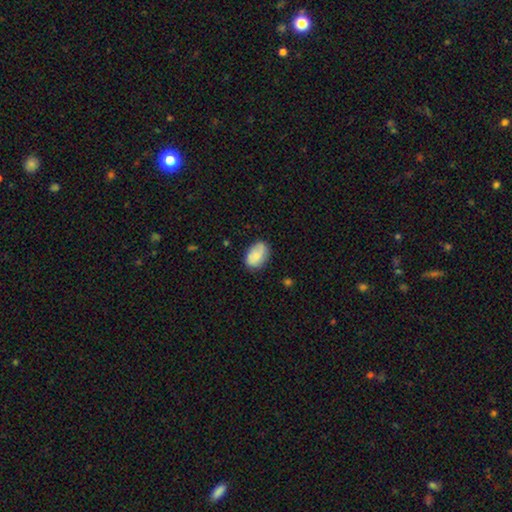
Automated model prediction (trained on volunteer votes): smooth_or_featured: smooth (p=0.73) [alt: featured or disk p=0.20]
how_rounded: in between (p=0.89) [alt: round p=0.10]
merging: none (p=0.73) [alt: minor disturbance p=0.21]